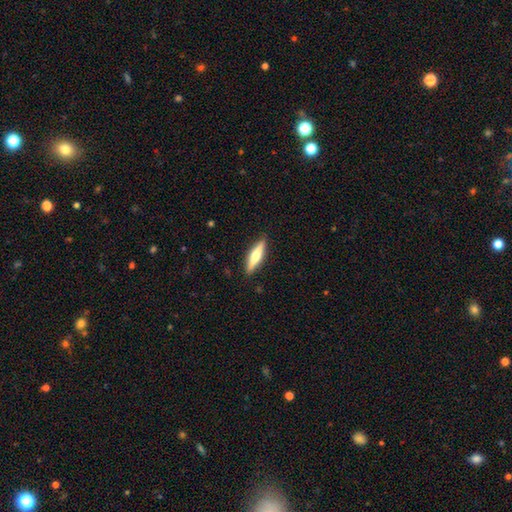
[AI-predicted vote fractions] Smooth or featured?
  - featured or disk: 49% *
  - smooth: 45%
  - star or artifact: 5%
Merging?
  - none: 90% *
  - minor disturbance: 7%
  - major disturbance: 2%
  - merger: 1%